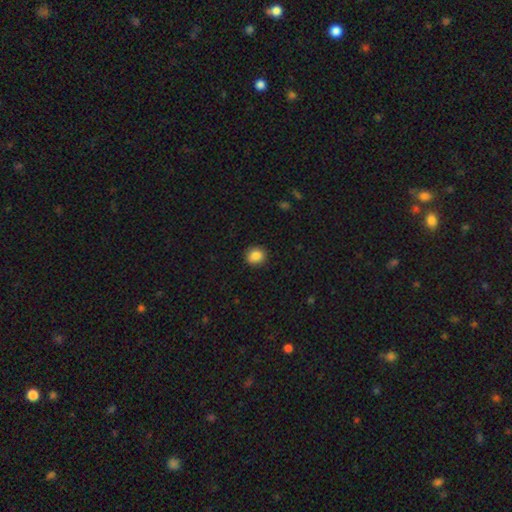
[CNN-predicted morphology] A smooth galaxy with no disk features (87%) that is round (84%).

Vote fractions:
- Smooth or featured? smooth: 87% / star or artifact: 9% / featured or disk: 4%
- How rounded? round: 84% / in between: 15% / cigar-shaped: 1%
- Merging? none: 90% / minor disturbance: 7% / major disturbance: 2% / merger: 1%